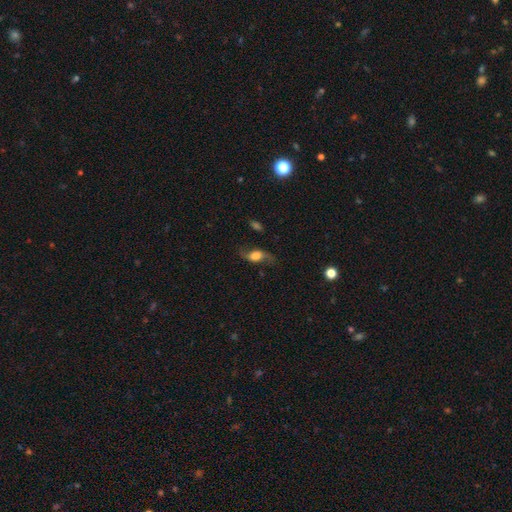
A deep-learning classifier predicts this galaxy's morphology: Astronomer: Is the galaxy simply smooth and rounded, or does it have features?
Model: featured or disk — 54% (runner-up: smooth, 36%).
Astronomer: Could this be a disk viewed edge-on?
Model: no — 80%.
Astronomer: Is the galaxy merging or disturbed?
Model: none — 65%.